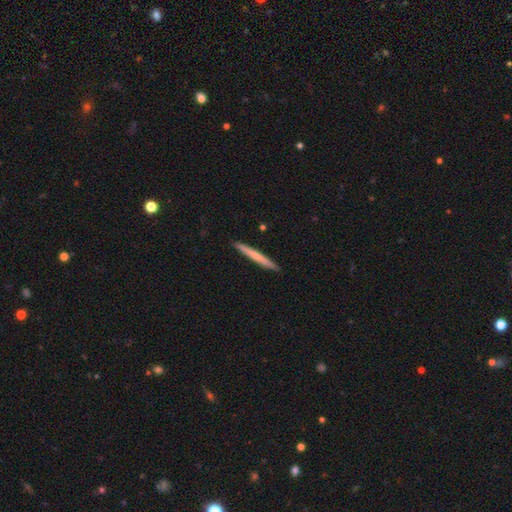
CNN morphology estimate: Overall: smooth (60%; featured or disk 35%). How rounded: cigar-shaped (97%). Merging: none (92%).